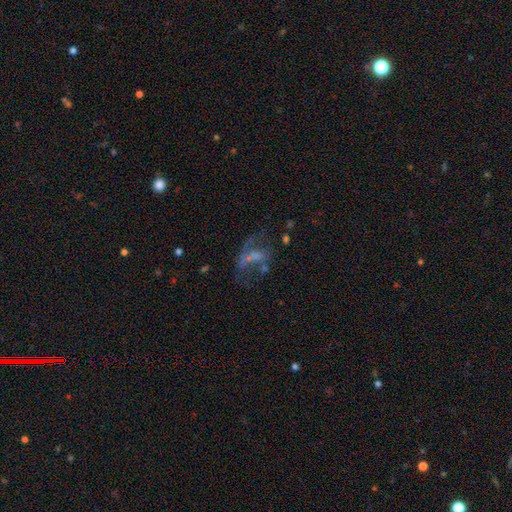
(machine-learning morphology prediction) A featured or disk galaxy (52%).

Vote fractions:
- Smooth or featured? featured or disk: 52% / smooth: 24% / star or artifact: 23%
- Edge-on disk? no: 93% / yes: 7%
- Merging? major disturbance: 42% / none: 33% / minor disturbance: 16% / merger: 9%